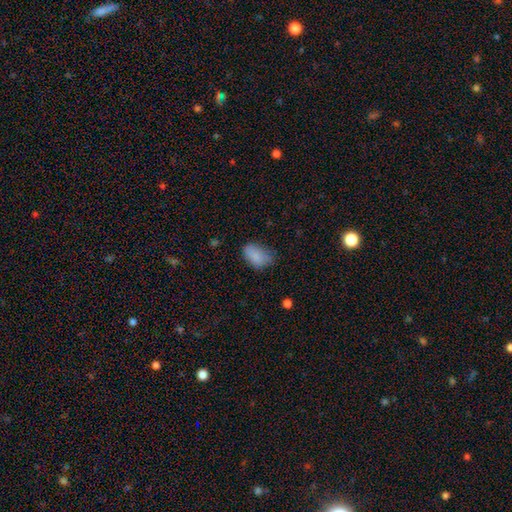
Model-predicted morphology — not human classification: Q: Smooth or featured?
A: smooth (85%); runner-up: star or artifact (8%)
Q: How rounded?
A: in between (91%); runner-up: round (8%)
Q: Merging?
A: none (63%); runner-up: minor disturbance (28%)